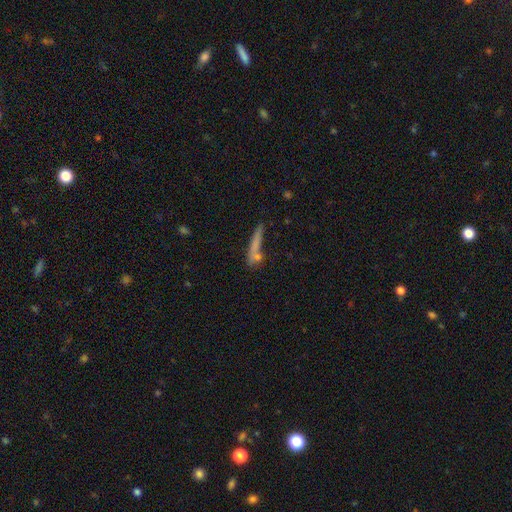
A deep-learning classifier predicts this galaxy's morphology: smooth_or_featured: smooth (p=0.64) [alt: featured or disk p=0.26]
how_rounded: cigar-shaped (p=0.87) [alt: in between p=0.09]
merging: none (p=0.64) [alt: minor disturbance p=0.16]